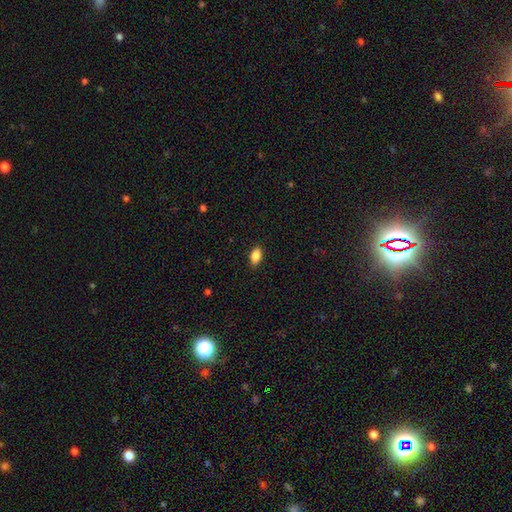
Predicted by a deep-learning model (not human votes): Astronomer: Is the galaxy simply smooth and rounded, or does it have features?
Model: smooth — 87%.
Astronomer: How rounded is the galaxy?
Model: in between — 90%.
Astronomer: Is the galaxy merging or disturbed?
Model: none — 88%.